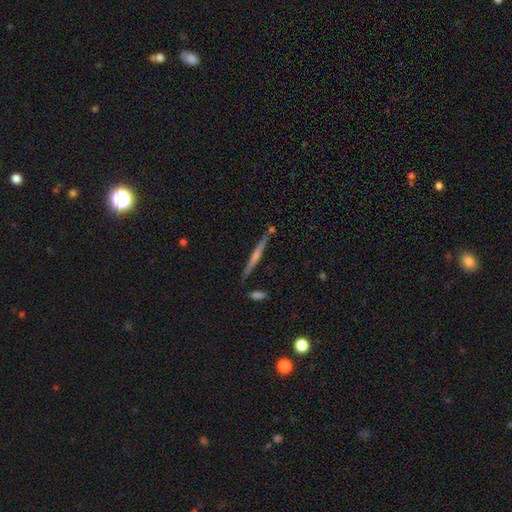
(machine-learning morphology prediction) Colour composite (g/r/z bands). It shows a featured or disk galaxy (74%) viewed edge-on (97%) with a rounded central bulge (72%). Merging: none (87%).